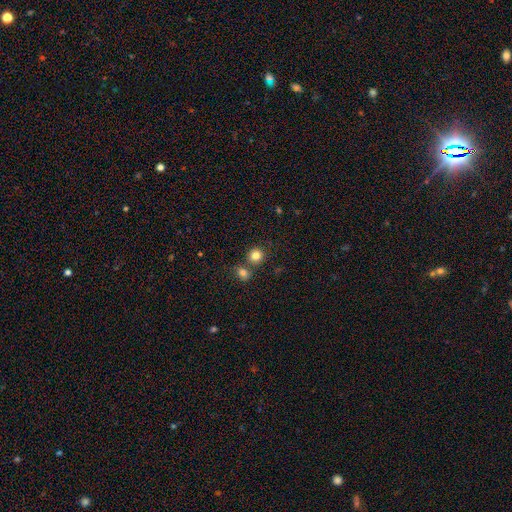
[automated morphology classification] The model was most divided on "merging": none: 66%, merger: 24%, minor disturbance: 7%, major disturbance: 2%. More confident: how rounded — round (87%); smooth or featured — smooth (82%).